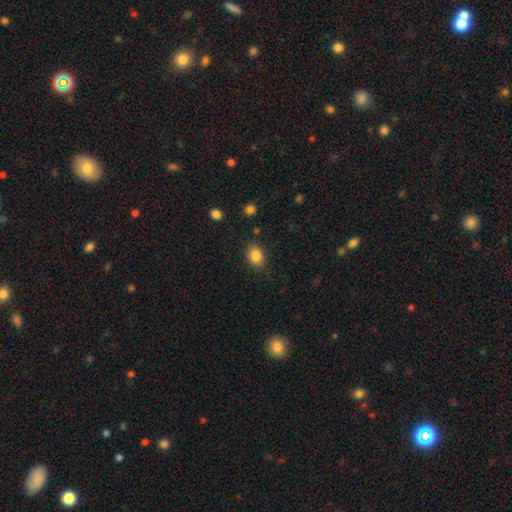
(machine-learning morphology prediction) smooth 85%, star or artifact 9%, featured or disk 6%. Down the decision tree: how rounded — in between (65%); merging — none (83%).